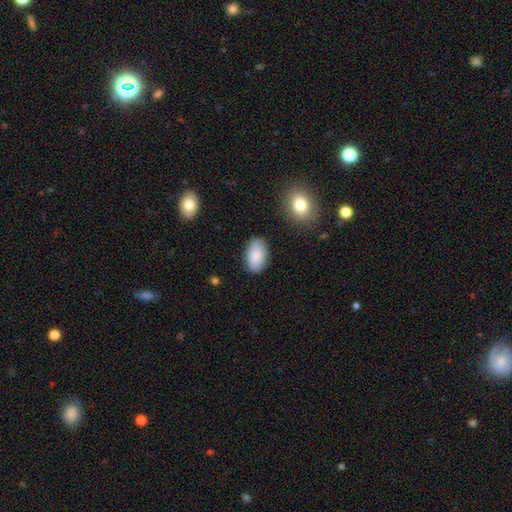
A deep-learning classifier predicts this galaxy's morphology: This appears to be a smooth galaxy with no disk features (87%) that is in between round and cigar-shaped (94%). Merging: none (83%).